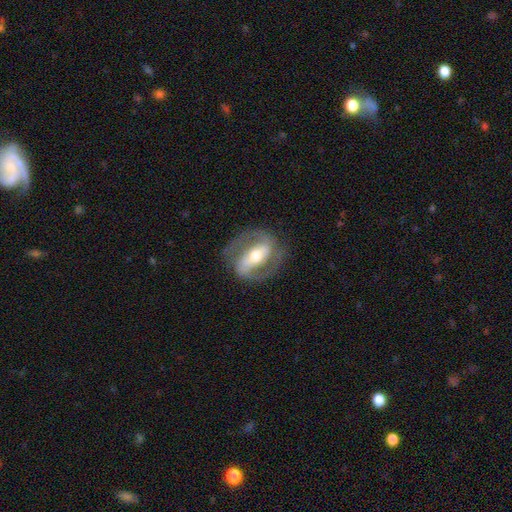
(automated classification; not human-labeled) Smooth or featured?
  - featured or disk: 83% *
  - smooth: 12%
  - star or artifact: 5%
Edge-on disk?
  - no: 94% *
  - yes: 6%
Bar?
  - strong: 62% *
  - weak: 24%
  - no: 14%
Spiral arms?
  - yes: 86% *
  - no: 14%
Spiral winding?
  - medium: 50% *
  - tight: 33%
  - loose: 17%
Spiral arm count?
  - 2: 89% *
  - can't tell: 5%
  - 1: 3%
  - 3: 1%
  - 4: 1%
  - more than 4: 1%
Bulge size?
  - moderate: 65% *
  - small: 24%
  - large: 9%
  - dominant: 1%
  - none: 1%
Merging?
  - none: 79% *
  - minor disturbance: 12%
  - major disturbance: 7%
  - merger: 1%